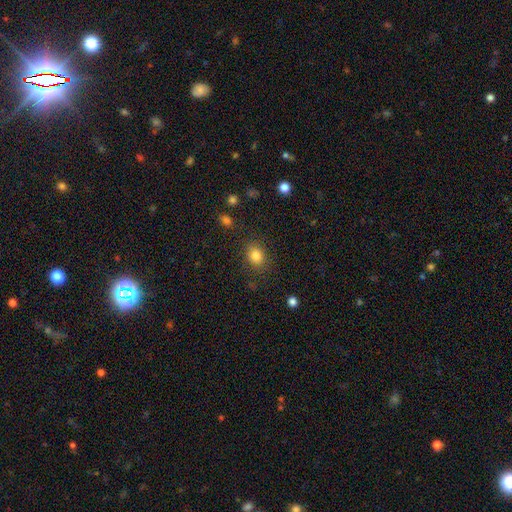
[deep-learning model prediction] smooth-or-featured: smooth: 83% | star or artifact: 11% | featured or disk: 6%
  how-rounded: round: 55% | in between: 44% | cigar-shaped: 1%
  merging: none: 83% | minor disturbance: 11% | major disturbance: 4% | merger: 2%